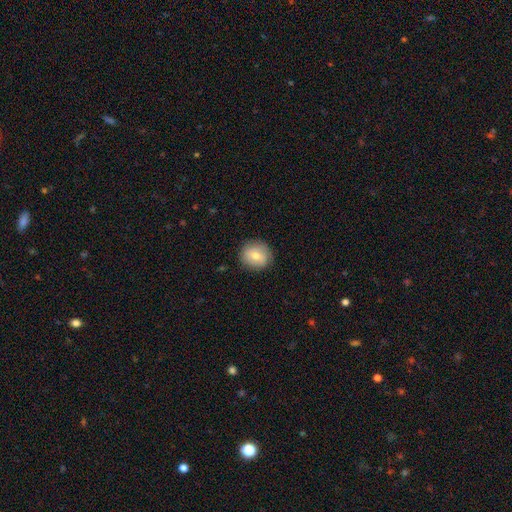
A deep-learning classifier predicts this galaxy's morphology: Smooth or featured?
  - smooth: 71% *
  - featured or disk: 20%
  - star or artifact: 8%
How rounded?
  - round: 81% *
  - in between: 18%
  - cigar-shaped: 1%
Merging?
  - none: 86% *
  - minor disturbance: 10%
  - major disturbance: 3%
  - merger: 1%